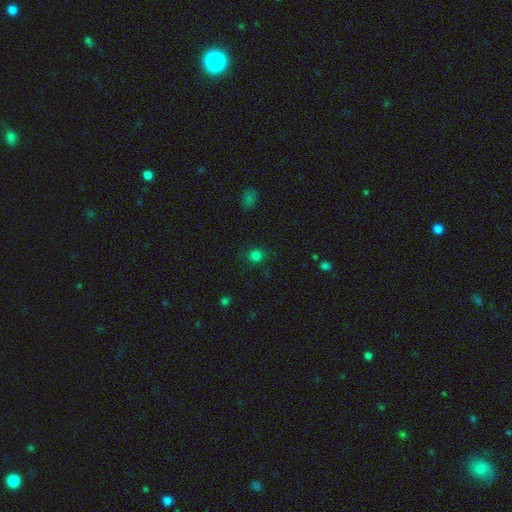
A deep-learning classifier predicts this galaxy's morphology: The model was most divided on "smooth or featured": smooth: 80%, star or artifact: 16%, featured or disk: 4%. More confident: how rounded — round (88%); merging — none (86%).